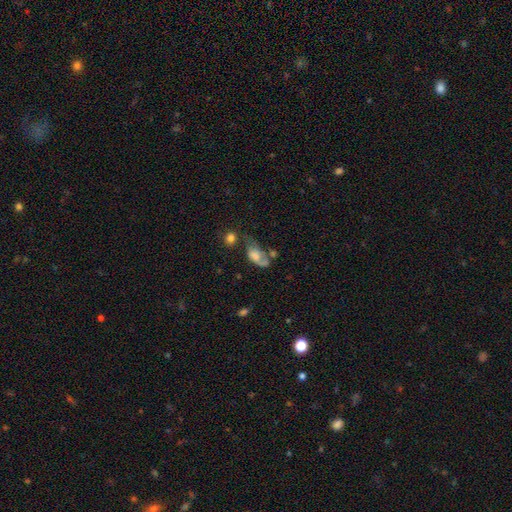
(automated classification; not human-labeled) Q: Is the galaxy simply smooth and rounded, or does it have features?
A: smooth — 50%.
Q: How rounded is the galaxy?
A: in between — 84%.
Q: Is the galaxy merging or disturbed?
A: major disturbance — 34%.